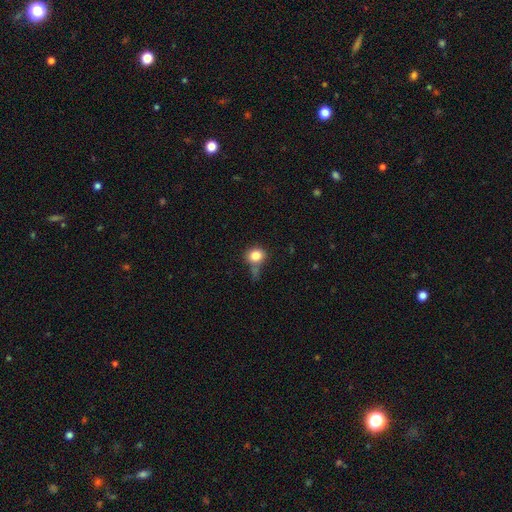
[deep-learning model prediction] This appears to be a smooth galaxy with no disk features (82%) that is round (76%). Merging: none (52%).